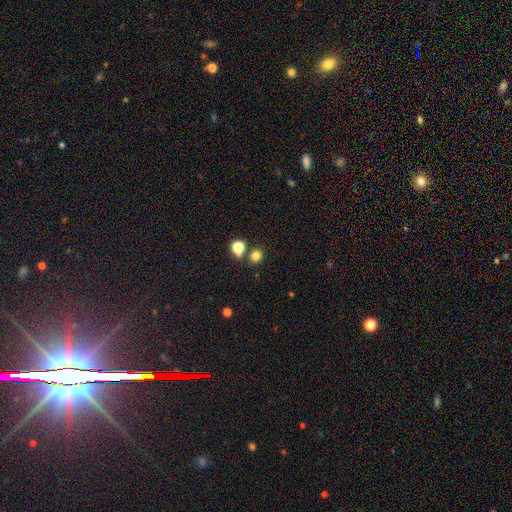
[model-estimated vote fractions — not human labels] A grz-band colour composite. It shows a smooth galaxy with no disk features (78%) that is round (80%). Merging: none (73%).